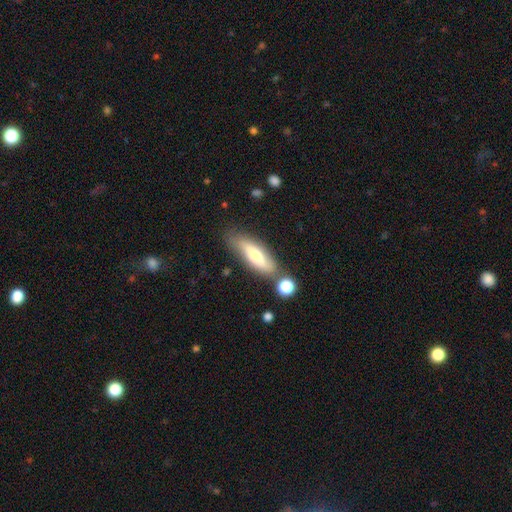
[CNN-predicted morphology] Smooth or featured?
  - smooth: 58% *
  - featured or disk: 35%
  - star or artifact: 7%
How rounded?
  - cigar-shaped: 52% *
  - in between: 45%
  - round: 2%
Merging?
  - none: 70% *
  - minor disturbance: 17%
  - merger: 9%
  - major disturbance: 4%